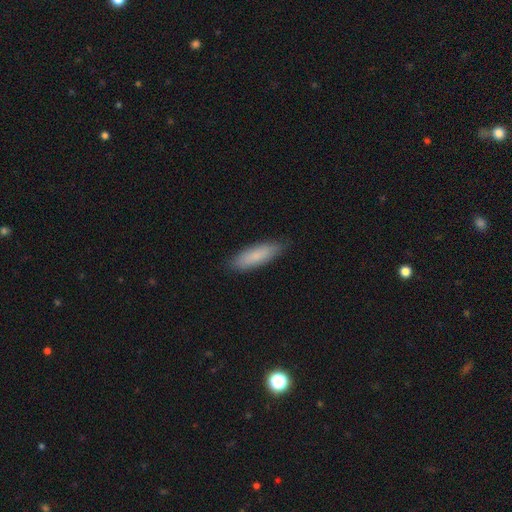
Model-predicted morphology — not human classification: Overall: smooth (83%). How rounded: cigar-shaped (55%; in between 44%). Merging: none (86%).